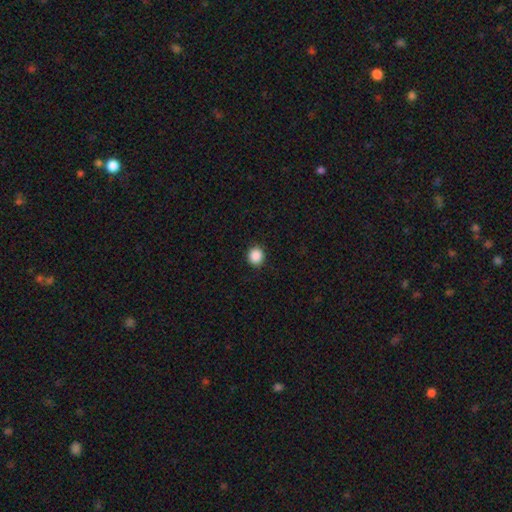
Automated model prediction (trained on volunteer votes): Overall: smooth (89%). How rounded: round (86%). Merging: none (92%).